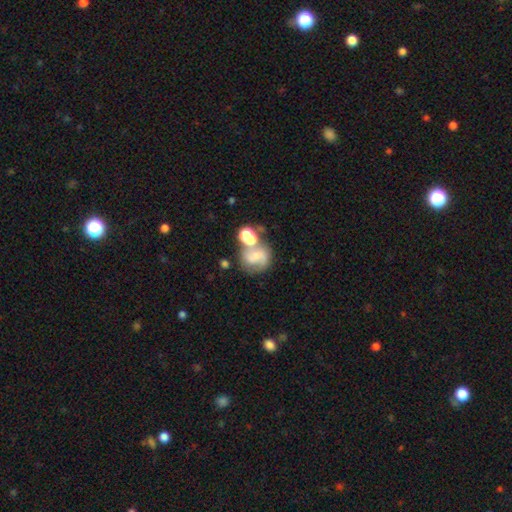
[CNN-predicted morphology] smooth-or-featured: featured or disk: 46% | smooth: 41% | star or artifact: 13%
  merging: merger: 40% | none: 33% | minor disturbance: 14% | major disturbance: 13%